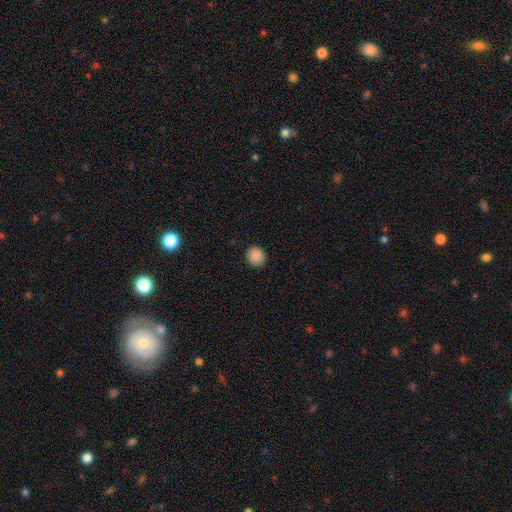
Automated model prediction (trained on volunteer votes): Q: Smooth or featured?
A: smooth (88%); runner-up: star or artifact (9%)
Q: How rounded?
A: round (84%); runner-up: in between (15%)
Q: Merging?
A: none (90%); runner-up: minor disturbance (7%)